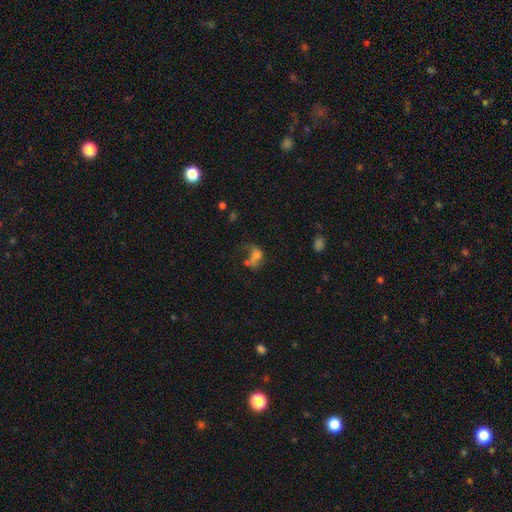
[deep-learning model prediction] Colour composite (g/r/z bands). It shows a smooth galaxy with no disk features (55%) that is in between round and cigar-shaped (63%). Merging: major disturbance (37%).